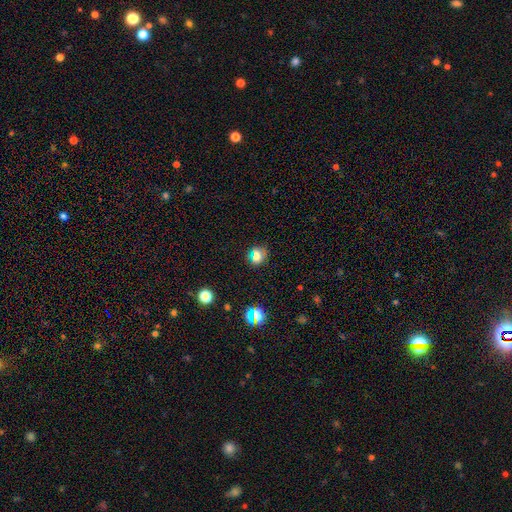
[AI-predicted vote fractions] Smooth or featured?
  - smooth: 66% *
  - star or artifact: 22%
  - featured or disk: 11%
How rounded?
  - round: 65% *
  - in between: 34%
  - cigar-shaped: 2%
Merging?
  - none: 79% *
  - minor disturbance: 12%
  - merger: 4%
  - major disturbance: 4%